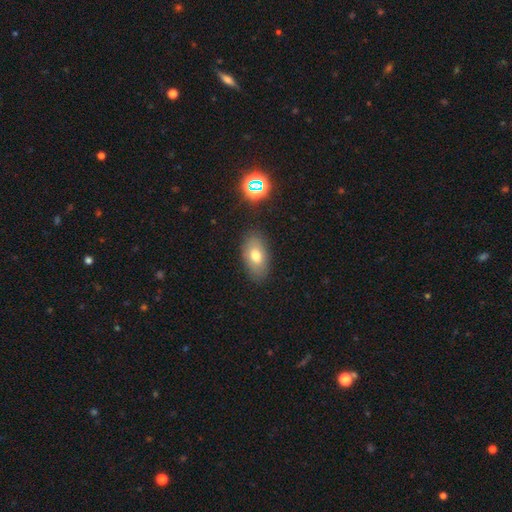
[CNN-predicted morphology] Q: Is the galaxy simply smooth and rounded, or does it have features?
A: smooth — 72%.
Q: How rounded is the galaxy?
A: in between — 91%.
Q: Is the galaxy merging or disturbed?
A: none — 83%.